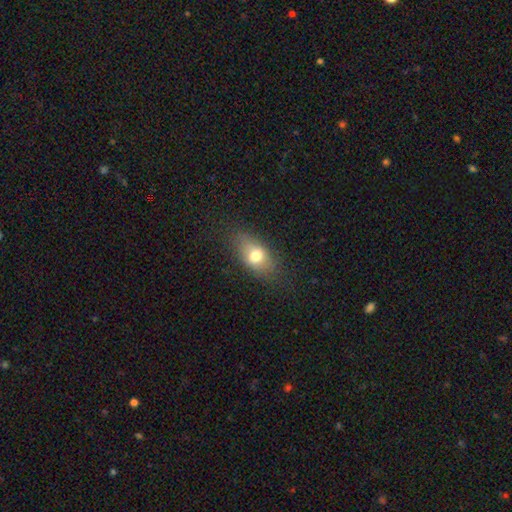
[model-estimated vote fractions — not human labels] smooth 72%, featured or disk 17%, star or artifact 11%. Down the decision tree: how rounded — in between (81%); merging — none (75%).